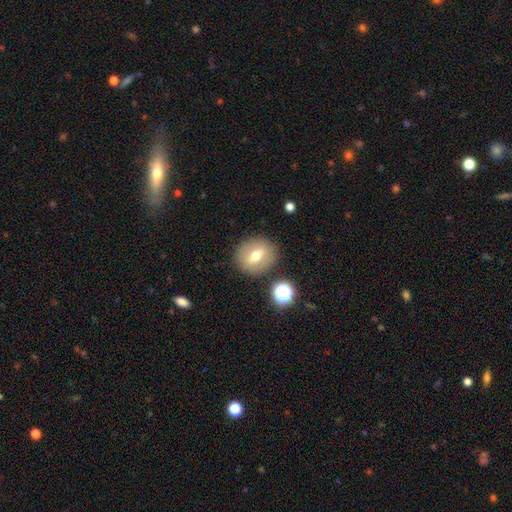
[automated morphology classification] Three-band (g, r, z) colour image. It shows a smooth galaxy with no disk features (56%) that is round (74%). Merging: none (84%).